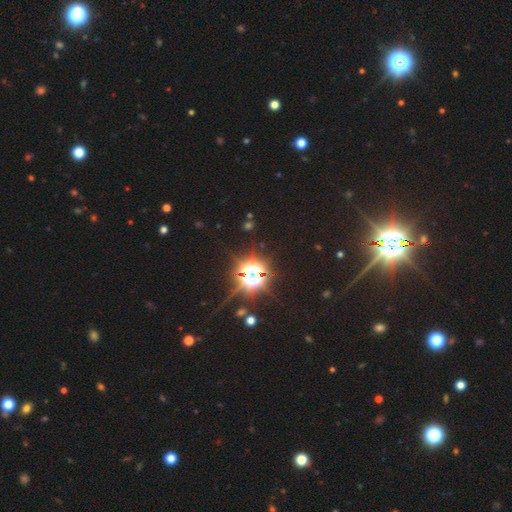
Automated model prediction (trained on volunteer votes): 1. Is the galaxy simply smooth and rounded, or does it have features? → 84% star or artifact, 10% smooth, 6% featured or disk.